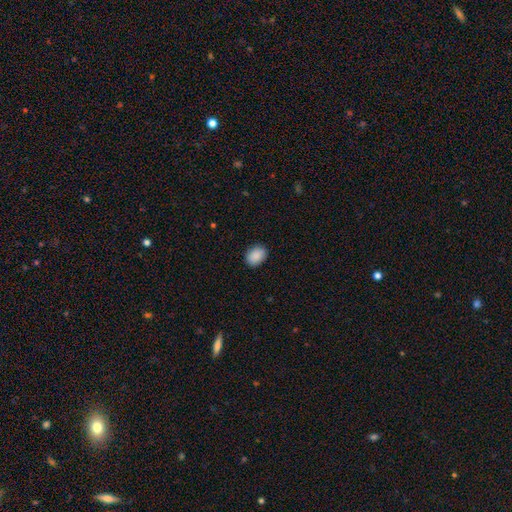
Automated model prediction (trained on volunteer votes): This is clearly a smooth galaxy (90%). How rounded: likely in between (71%). Merging: clearly none (88%).